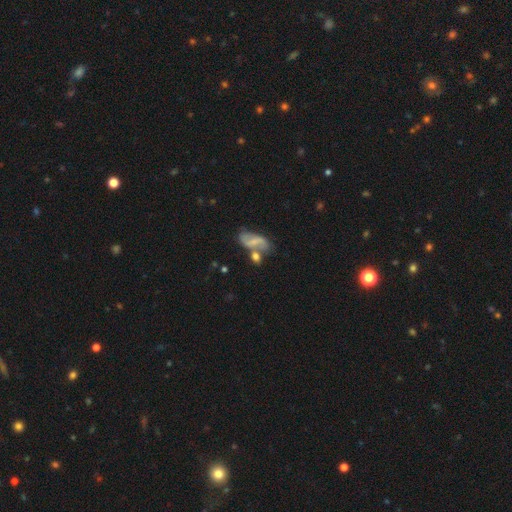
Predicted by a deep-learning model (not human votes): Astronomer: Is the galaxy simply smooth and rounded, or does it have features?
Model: featured or disk — 53% (runner-up: smooth, 37%).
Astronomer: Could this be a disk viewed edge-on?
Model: no — 93%.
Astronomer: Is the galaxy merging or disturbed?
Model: none — 45% (runner-up: merger, 30%).